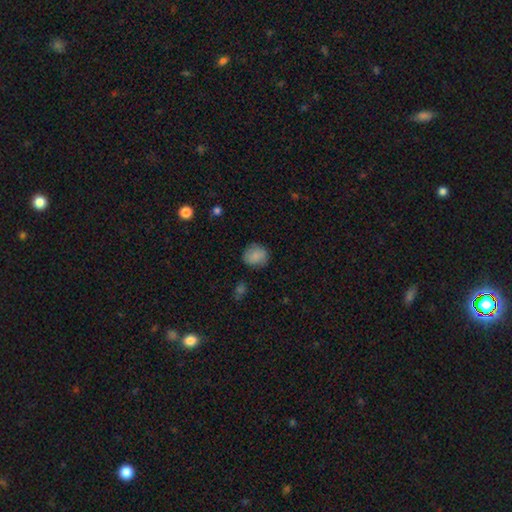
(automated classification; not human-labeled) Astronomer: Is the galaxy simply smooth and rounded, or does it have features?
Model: smooth — 85%.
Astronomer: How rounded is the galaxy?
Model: round — 76%.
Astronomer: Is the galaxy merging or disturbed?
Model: none — 80%.